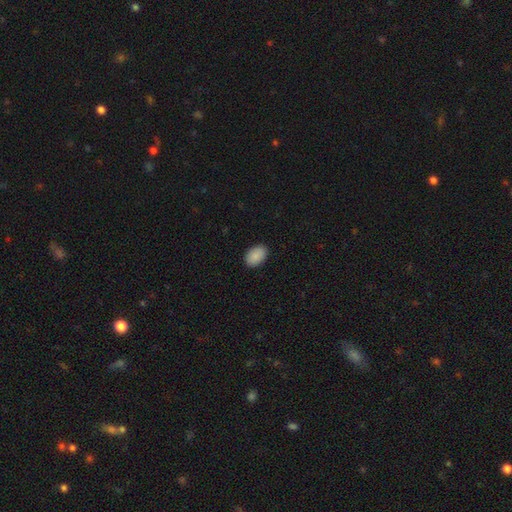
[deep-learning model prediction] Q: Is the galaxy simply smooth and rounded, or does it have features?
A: smooth — 90%.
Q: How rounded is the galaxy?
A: in between — 90%.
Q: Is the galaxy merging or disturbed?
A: none — 89%.